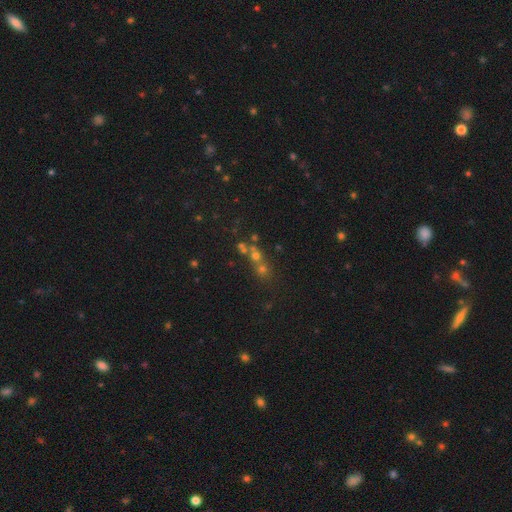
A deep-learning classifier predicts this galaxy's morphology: smooth 44%, star or artifact 34%, featured or disk 22%. Down the decision tree: merging — merger (45%).